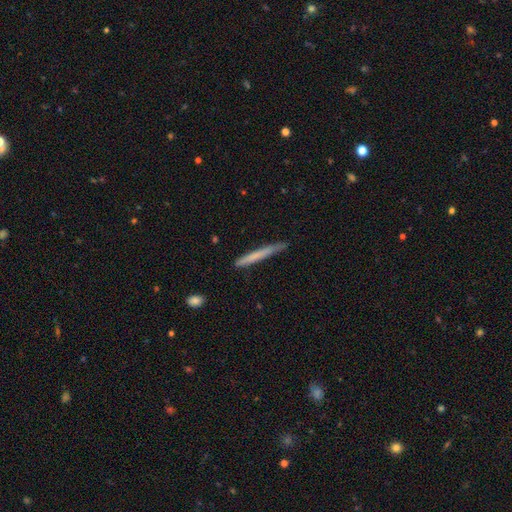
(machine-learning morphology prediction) type=smooth (66%); roundness=cigar-shaped (97%); merging=none (82%).